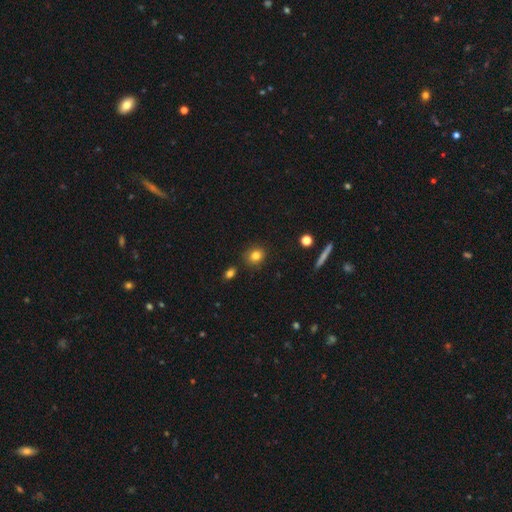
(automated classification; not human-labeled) A smooth galaxy with no disk features (82%) that is round (76%). Merging: none (85%).